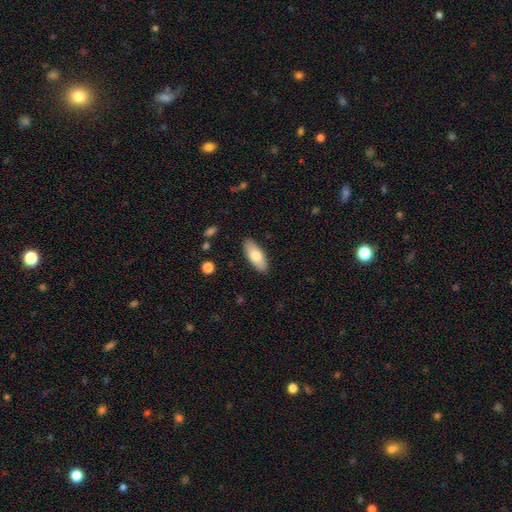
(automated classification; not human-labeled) Morphology: type=smooth (76%); roundness=in between (78%); merging=none (89%).